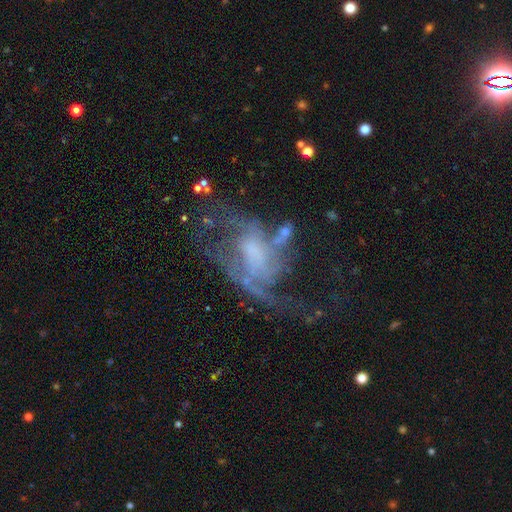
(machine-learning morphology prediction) smooth_or_featured: featured or disk (p=0.78) [alt: smooth p=0.12]
disk_edge_on: no (p=0.96) [alt: yes p=0.04]
bar: no (p=0.61) [alt: weak p=0.30]
has_spiral_arms: yes (p=0.79) [alt: no p=0.21]
spiral_winding: loose (p=0.49) [alt: medium p=0.37]
spiral_arm_count: 2 (p=0.43) [alt: can't tell p=0.24]
bulge_size: none (p=0.33) [alt: moderate p=0.28]
merging: major disturbance (p=0.46) [alt: none p=0.30]